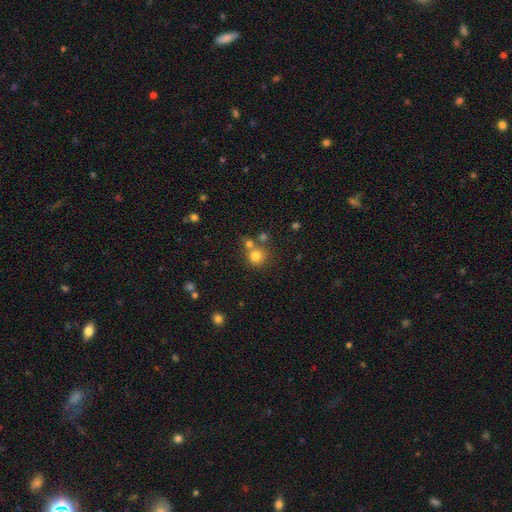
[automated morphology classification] Smooth or featured?
  - smooth: 77% *
  - star or artifact: 14%
  - featured or disk: 9%
How rounded?
  - round: 89% *
  - in between: 10%
  - cigar-shaped: 1%
Merging?
  - none: 57% *
  - merger: 31%
  - minor disturbance: 8%
  - major disturbance: 4%